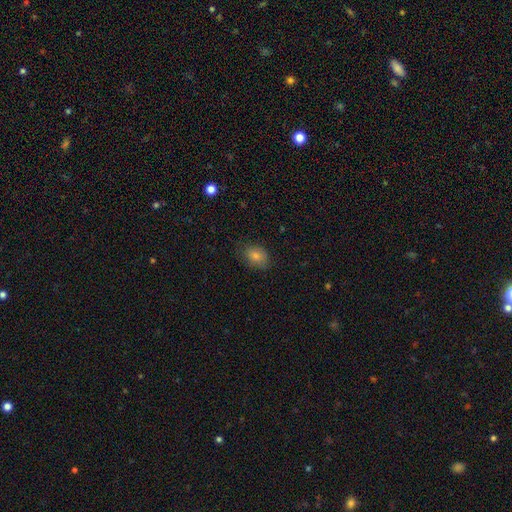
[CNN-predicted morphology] Smooth or featured? Predicted: smooth (p=0.78). How rounded? Predicted: in between (p=0.63). Merging? Predicted: none (p=0.82).